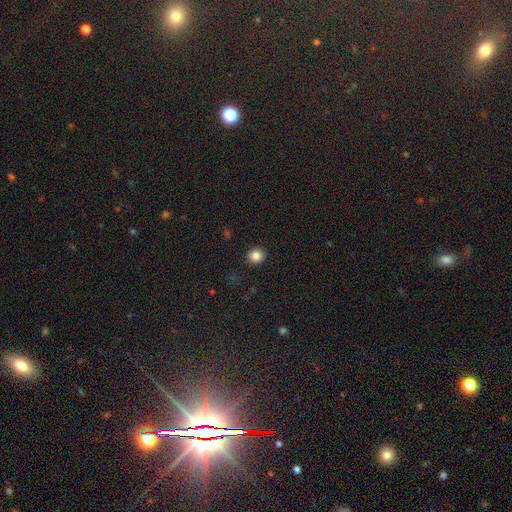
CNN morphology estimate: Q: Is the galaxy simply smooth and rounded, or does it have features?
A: smooth — 85%.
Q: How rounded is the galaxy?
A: round — 91%.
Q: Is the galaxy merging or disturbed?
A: none — 92%.